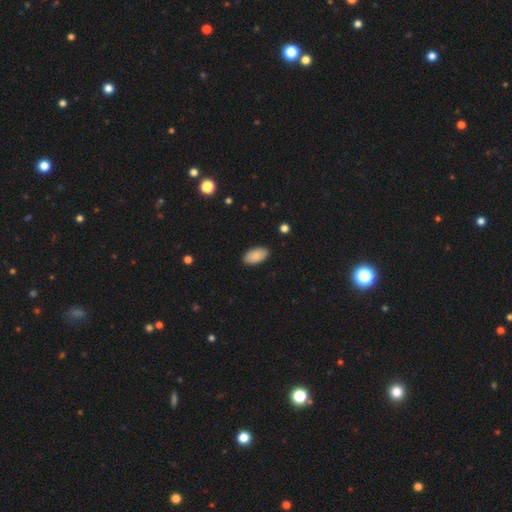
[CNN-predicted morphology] type=smooth (89%); roundness=in between (95%); merging=none (88%).